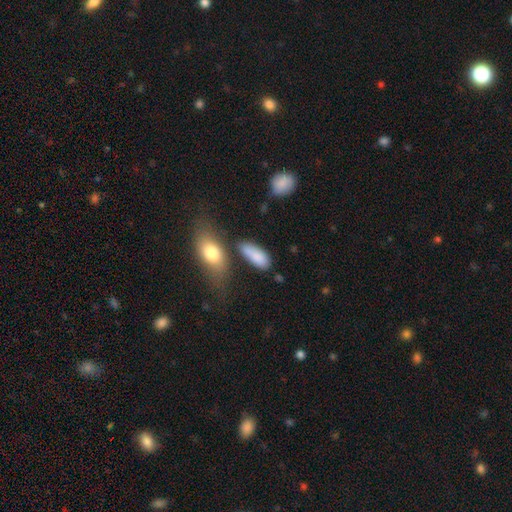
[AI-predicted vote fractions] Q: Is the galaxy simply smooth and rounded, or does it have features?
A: smooth — 84%.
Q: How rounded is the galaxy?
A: in between — 79%.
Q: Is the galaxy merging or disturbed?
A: none — 57%.